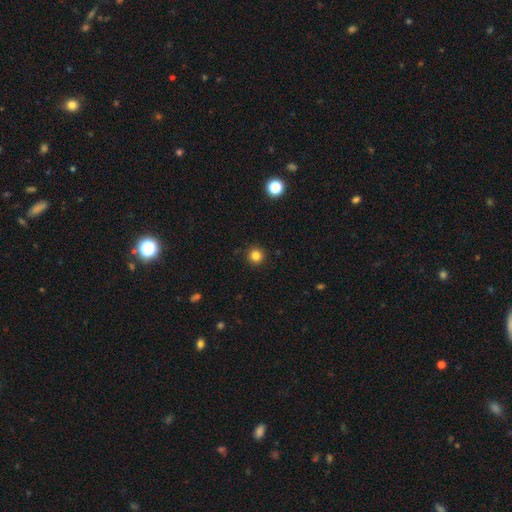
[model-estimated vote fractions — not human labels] This is clearly a smooth galaxy (83%). How rounded: clearly round (95%). Merging: clearly none (92%).